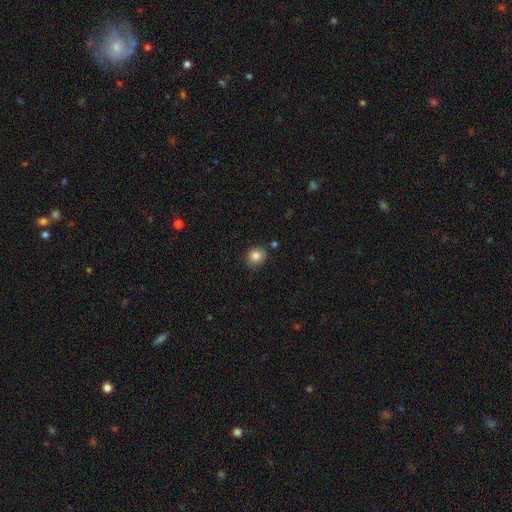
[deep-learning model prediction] Smooth or featured: smooth — 85% (star or artifact — 10%)
How rounded: round — 79% (in between — 20%)
Merging: none — 78% (minor disturbance — 16%)